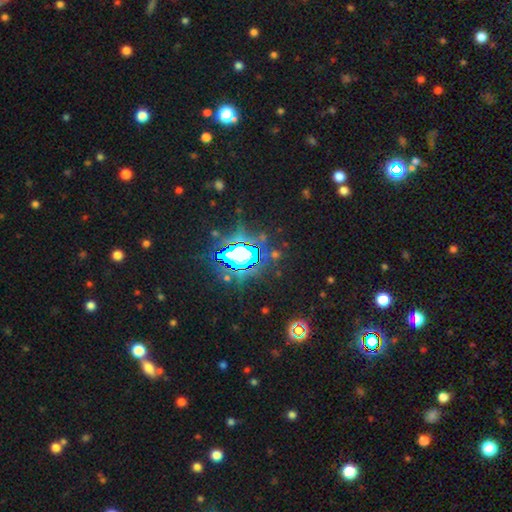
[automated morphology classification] Q: Smooth or featured?
A: star or artifact (77%); runner-up: smooth (14%)